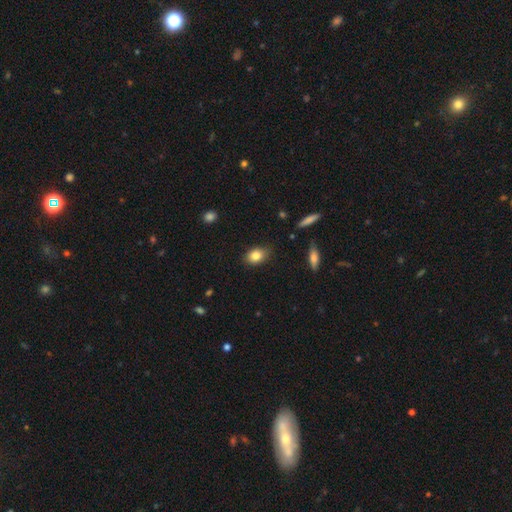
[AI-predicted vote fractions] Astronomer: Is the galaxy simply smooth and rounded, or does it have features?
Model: smooth — 82%.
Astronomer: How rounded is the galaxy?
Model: in between — 73%.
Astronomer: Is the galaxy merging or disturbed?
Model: none — 81%.